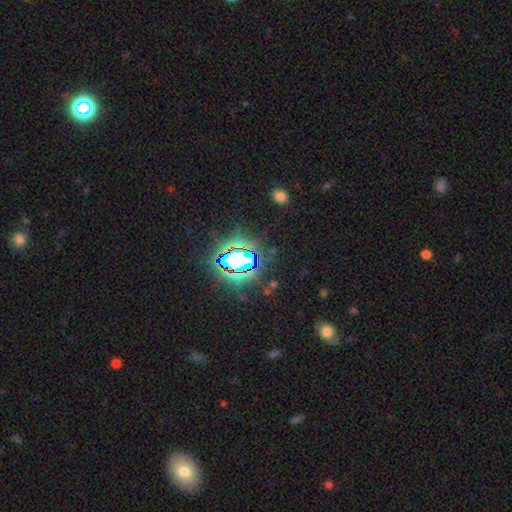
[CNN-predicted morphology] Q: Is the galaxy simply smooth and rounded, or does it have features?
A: star or artifact — 81%.